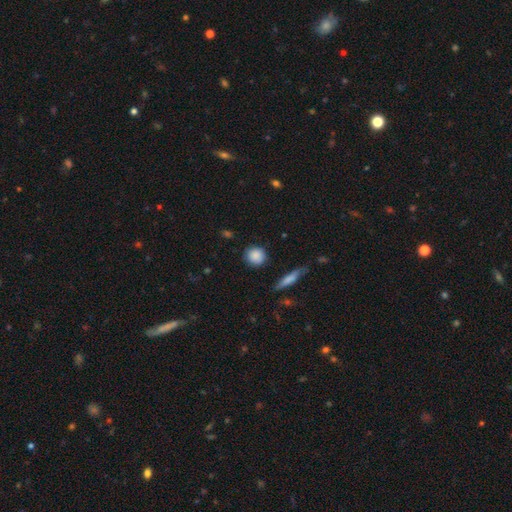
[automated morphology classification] Smooth or featured?
  - smooth: 87% *
  - star or artifact: 8%
  - featured or disk: 5%
How rounded?
  - round: 88% *
  - in between: 10%
  - cigar-shaped: 2%
Merging?
  - none: 85% *
  - minor disturbance: 10%
  - major disturbance: 3%
  - merger: 2%